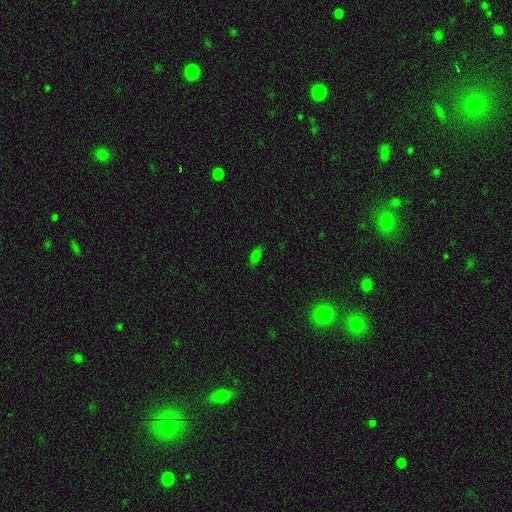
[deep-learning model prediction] Smooth or featured? smooth (71%)
How rounded? in between (82%)
Merging? none (83%)